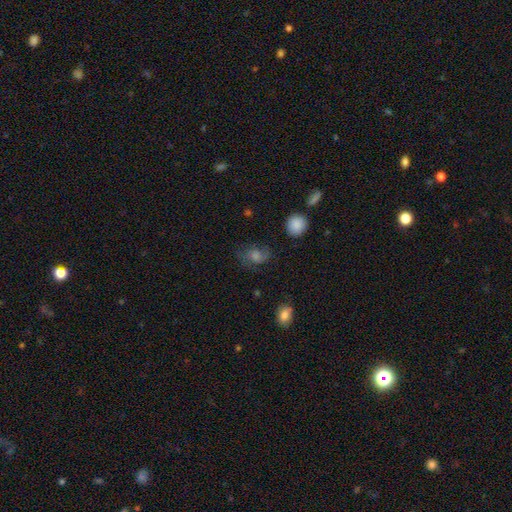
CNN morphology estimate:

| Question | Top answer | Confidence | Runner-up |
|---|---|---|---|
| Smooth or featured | smooth | 43% | featured or disk (39%) |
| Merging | none | 63% | minor disturbance (22%) |